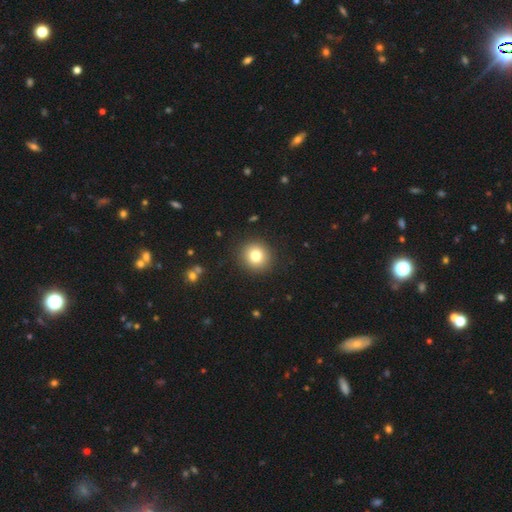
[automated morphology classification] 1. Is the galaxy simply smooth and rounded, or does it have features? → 80% smooth, 11% star or artifact, 9% featured or disk.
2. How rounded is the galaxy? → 91% round, 8% in between, 1% cigar-shaped.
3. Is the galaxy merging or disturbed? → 91% none, 6% minor disturbance, 2% major disturbance, 1% merger.